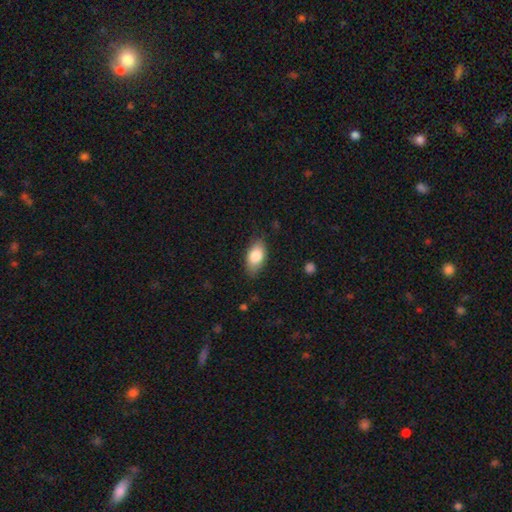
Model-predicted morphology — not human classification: smooth 82%, featured or disk 11%, star or artifact 7%. Down the decision tree: how rounded — in between (91%); merging — none (82%).